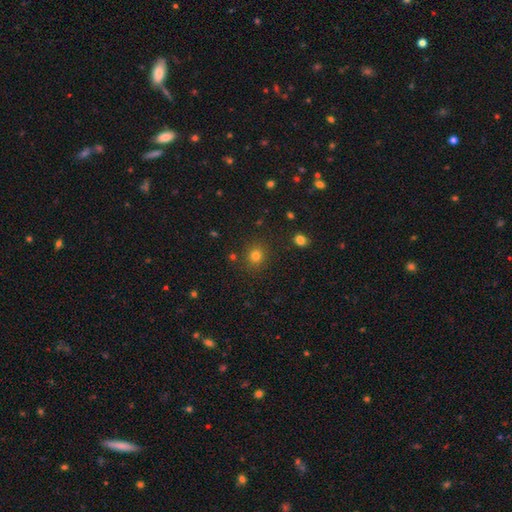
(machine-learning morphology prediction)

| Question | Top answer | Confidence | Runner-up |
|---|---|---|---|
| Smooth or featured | smooth | 79% | star or artifact (15%) |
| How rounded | round | 84% | in between (15%) |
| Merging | none | 86% | minor disturbance (8%) |